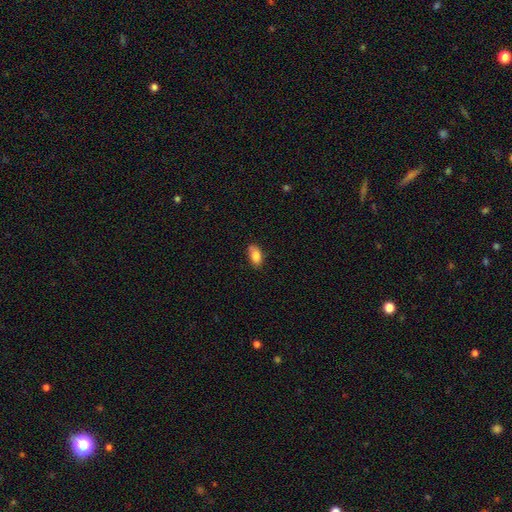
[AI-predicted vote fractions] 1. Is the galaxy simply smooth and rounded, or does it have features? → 84% smooth, 8% featured or disk, 7% star or artifact.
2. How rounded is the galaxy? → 91% in between, 5% round, 5% cigar-shaped.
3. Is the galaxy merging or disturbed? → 75% none, 20% minor disturbance, 4% major disturbance, 1% merger.